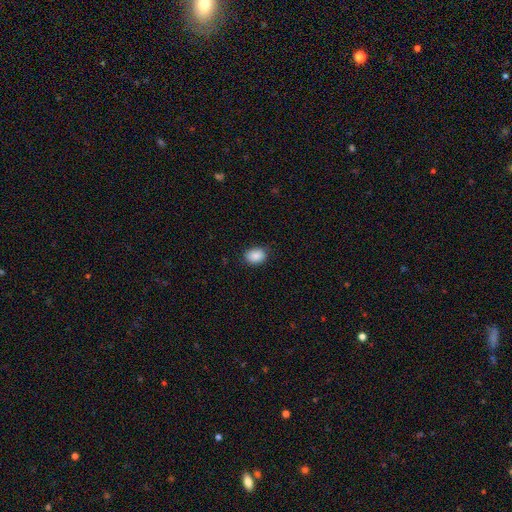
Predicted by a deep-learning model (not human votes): A smooth galaxy with no disk features (88%) that is in between round and cigar-shaped (72%).

Vote fractions:
- Smooth or featured? smooth: 88% / star or artifact: 8% / featured or disk: 4%
- How rounded? in between: 72% / round: 27% / cigar-shaped: 1%
- Merging? none: 83% / minor disturbance: 14% / major disturbance: 3% / merger: 1%